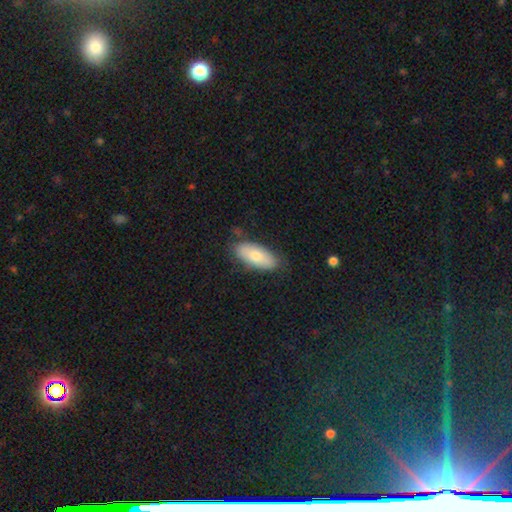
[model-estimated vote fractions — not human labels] A smooth galaxy with no disk features (73%) that is in between round and cigar-shaped (87%). Merging: none (80%).